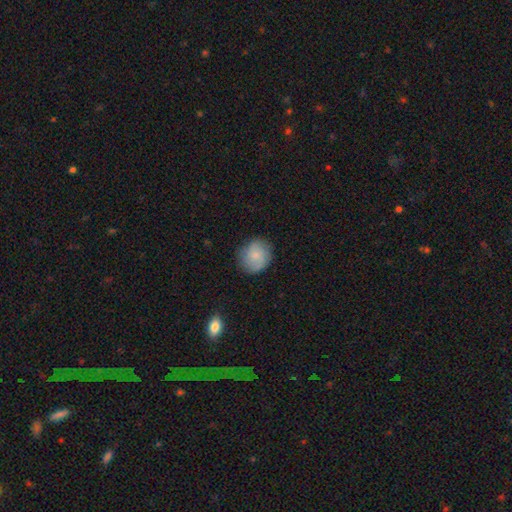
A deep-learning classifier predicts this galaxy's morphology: A smooth galaxy with no disk features (71%) that is round (80%). Merging: none (79%).